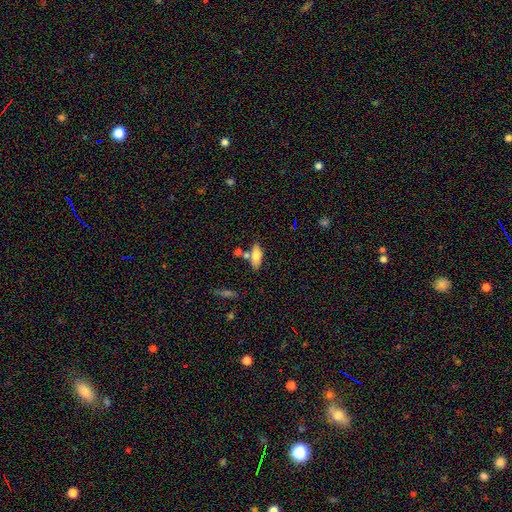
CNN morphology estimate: type=smooth (73%); roundness=in between (75%); merging=none (64%).